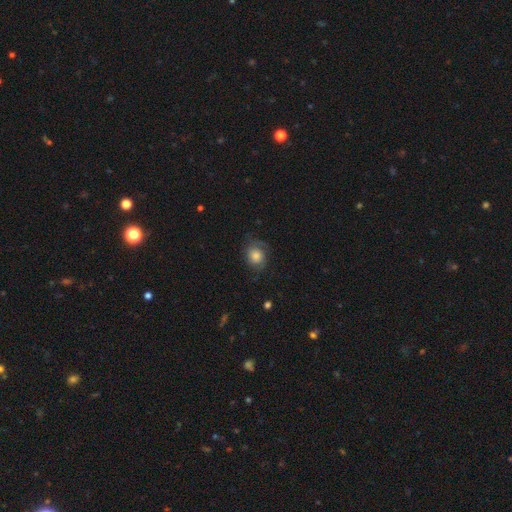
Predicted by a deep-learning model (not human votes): smooth-or-featured: smooth: 54% | featured or disk: 36% | star or artifact: 10%
  how-rounded: round: 68% | in between: 31% | cigar-shaped: 1%
  merging: none: 63% | minor disturbance: 23% | major disturbance: 14% | merger: 1%